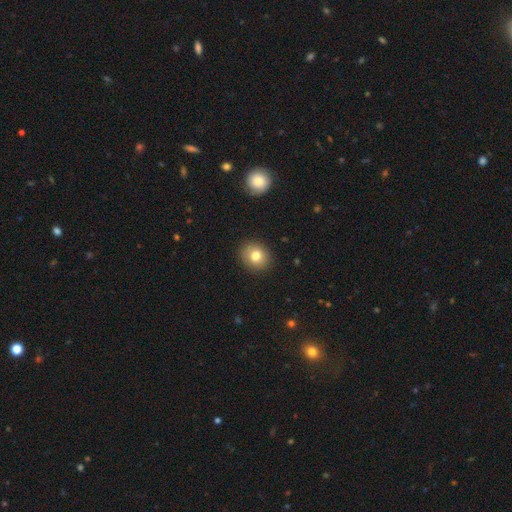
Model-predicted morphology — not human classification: Smooth or featured? Predicted: smooth (p=0.79). How rounded? Predicted: round (p=0.72). Merging? Predicted: none (p=0.90).